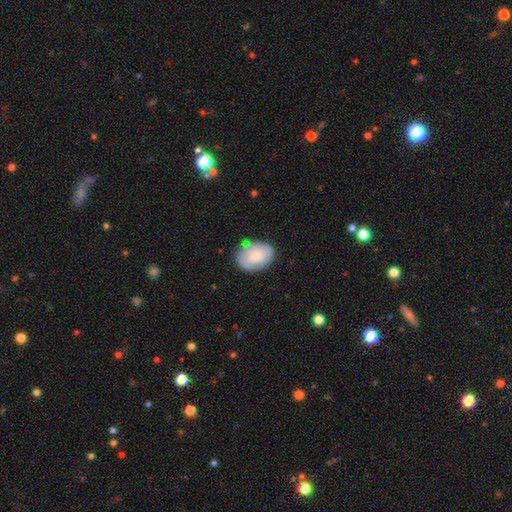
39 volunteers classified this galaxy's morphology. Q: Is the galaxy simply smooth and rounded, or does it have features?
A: smooth — 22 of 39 (56%).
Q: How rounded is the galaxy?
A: in between — 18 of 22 (82%).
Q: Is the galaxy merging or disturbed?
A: none — 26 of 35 (74%).